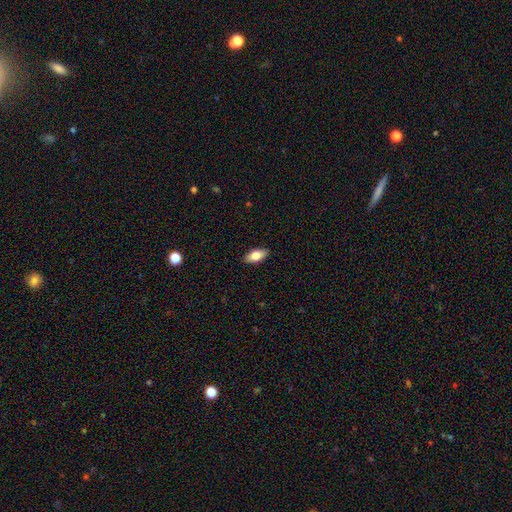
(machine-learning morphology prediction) This appears to be a smooth galaxy with no disk features (80%) that is in between round and cigar-shaped (88%). Merging: none (89%).